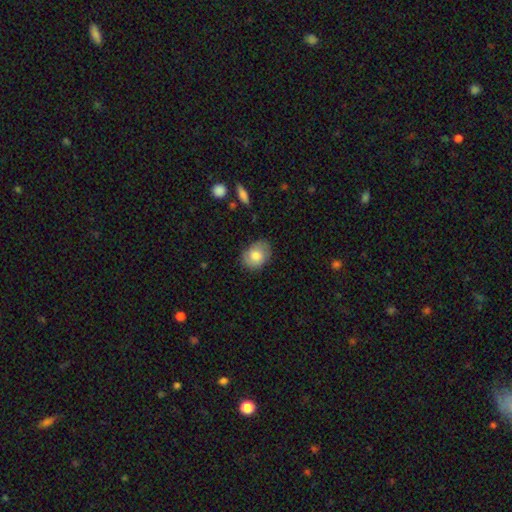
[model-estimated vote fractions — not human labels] Smooth or featured?
  - smooth: 77% *
  - featured or disk: 15%
  - star or artifact: 7%
How rounded?
  - in between: 67% *
  - round: 32%
  - cigar-shaped: 1%
Merging?
  - none: 77% *
  - minor disturbance: 18%
  - major disturbance: 4%
  - merger: 1%